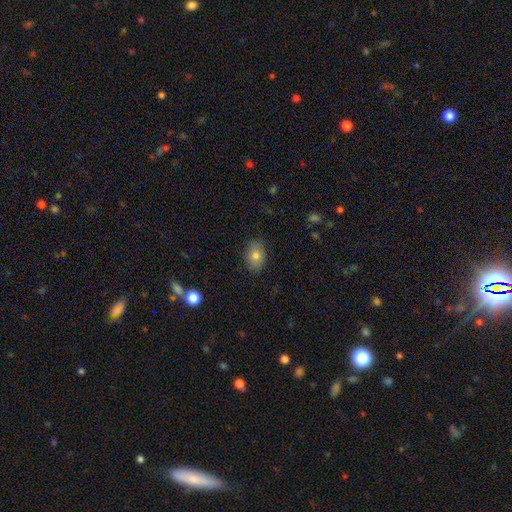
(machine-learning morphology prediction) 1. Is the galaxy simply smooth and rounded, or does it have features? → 79% smooth, 13% featured or disk, 8% star or artifact.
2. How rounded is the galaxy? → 84% in between, 15% round, 1% cigar-shaped.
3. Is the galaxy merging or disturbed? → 85% none, 12% minor disturbance, 3% major disturbance, 1% merger.